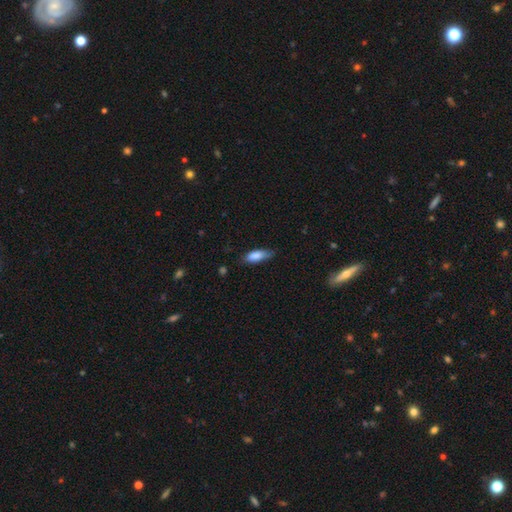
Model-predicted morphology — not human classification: Smooth or featured?
  - smooth: 84% *
  - featured or disk: 10%
  - star or artifact: 7%
How rounded?
  - in between: 69% *
  - cigar-shaped: 29%
  - round: 2%
Merging?
  - none: 61% *
  - minor disturbance: 31%
  - major disturbance: 6%
  - merger: 2%